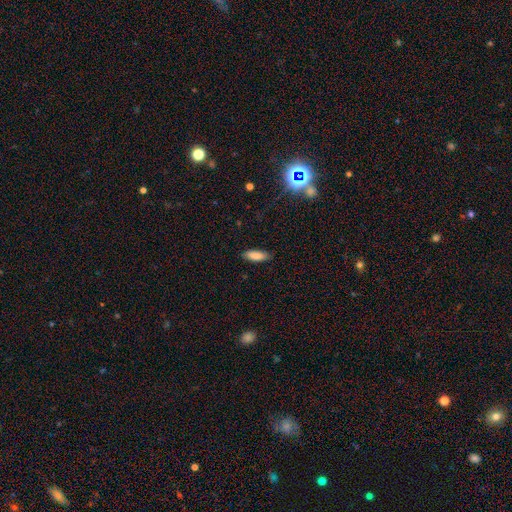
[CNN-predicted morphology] A smooth galaxy with no disk features (85%) that is in between round and cigar-shaped (65%).

Vote fractions:
- Smooth or featured? smooth: 85% / star or artifact: 8% / featured or disk: 7%
- How rounded? in between: 65% / cigar-shaped: 34% / round: 2%
- Merging? none: 84% / minor disturbance: 13% / major disturbance: 2% / merger: 1%